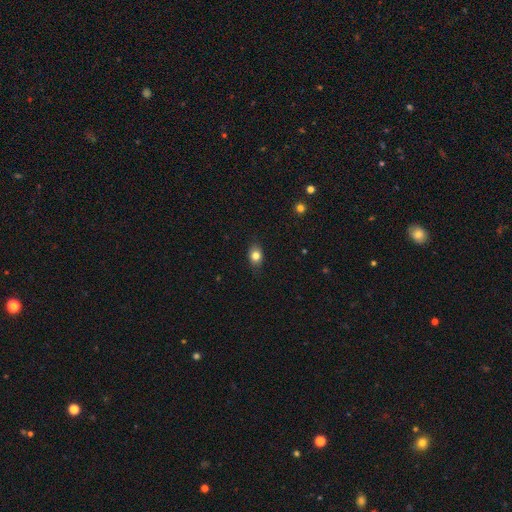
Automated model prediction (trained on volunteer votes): Smooth or featured? smooth (81%)
How rounded? in between (67%)
Merging? none (82%)